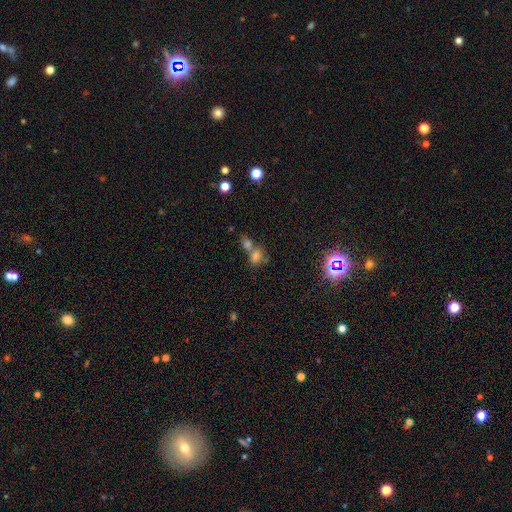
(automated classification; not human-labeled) Smooth or featured? Predicted: smooth (p=0.69). How rounded? Predicted: in between (p=0.64). Merging? Predicted: merger (p=0.59).